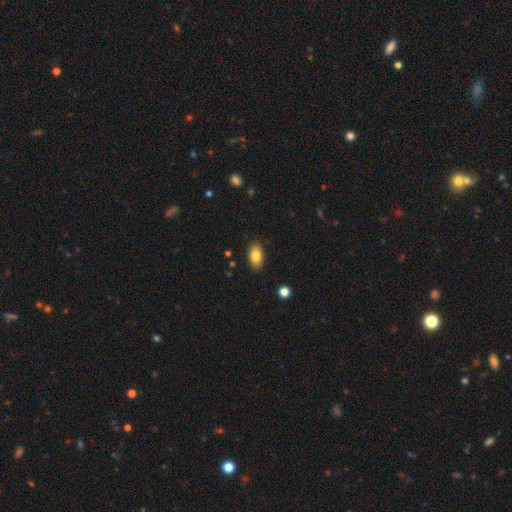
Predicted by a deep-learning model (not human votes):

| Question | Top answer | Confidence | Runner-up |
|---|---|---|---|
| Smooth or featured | smooth | 84% | featured or disk (8%) |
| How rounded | in between | 92% | round (6%) |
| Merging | none | 88% | minor disturbance (9%) |